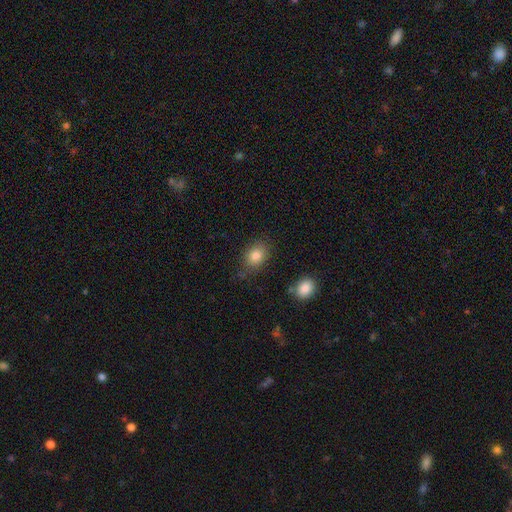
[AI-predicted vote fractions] smooth 83%, star or artifact 9%, featured or disk 8%. Down the decision tree: how rounded — in between (65%); merging — none (76%).